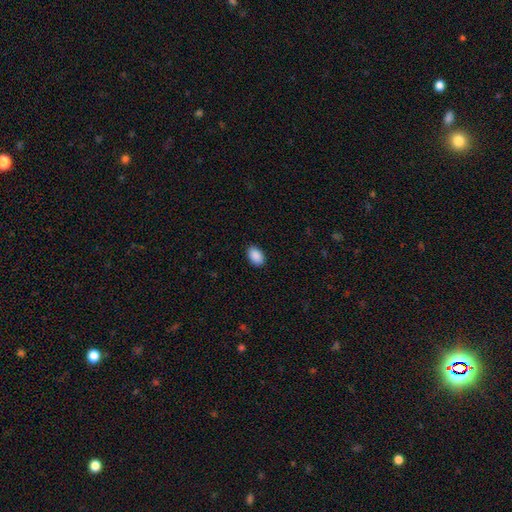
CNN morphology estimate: smooth-or-featured: smooth: 91% | star or artifact: 7% | featured or disk: 3%
  how-rounded: in between: 89% | round: 10% | cigar-shaped: 1%
  merging: none: 89% | minor disturbance: 8% | major disturbance: 2% | merger: 1%